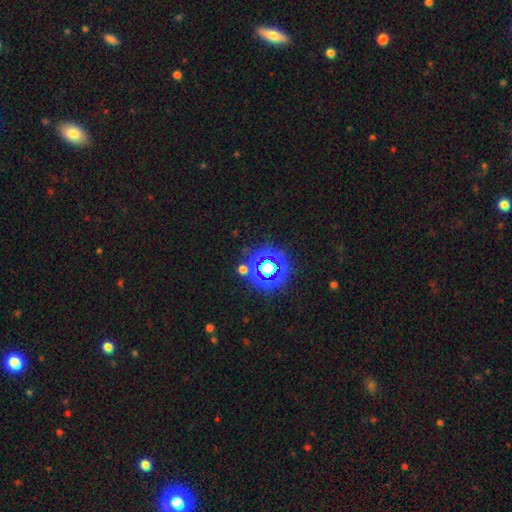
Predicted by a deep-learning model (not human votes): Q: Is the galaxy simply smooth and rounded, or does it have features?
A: star or artifact — 70%.